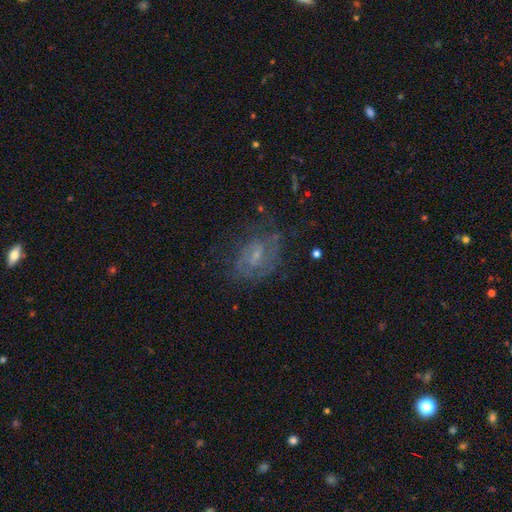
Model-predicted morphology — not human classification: This appears to be a featured or disk galaxy (68%) with a weak bar (49%), 2 (40%) tight (42%, tied with medium) spiral arms (78%) and a small central bulge (62%). Merging: none (60%).